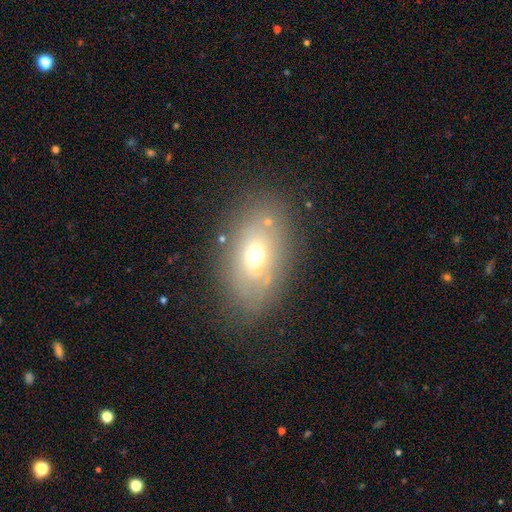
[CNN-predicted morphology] Smooth or featured? Predicted: smooth (p=0.58). How rounded? Predicted: in between (p=0.85). Merging? Predicted: none (p=0.72).